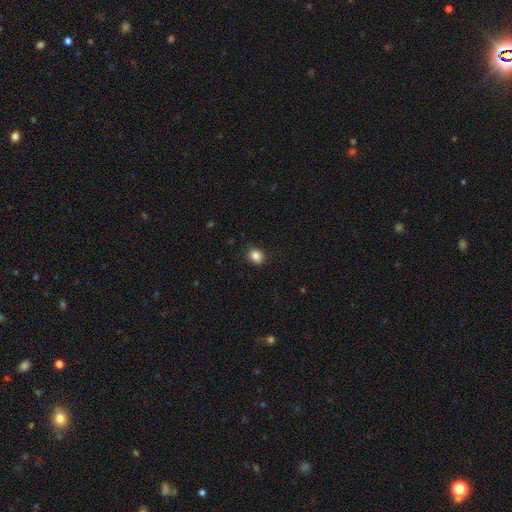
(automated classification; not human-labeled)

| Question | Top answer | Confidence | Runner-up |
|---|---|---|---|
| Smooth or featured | smooth | 86% | star or artifact (10%) |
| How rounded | round | 51% | in between (48%) |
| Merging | none | 83% | minor disturbance (13%) |